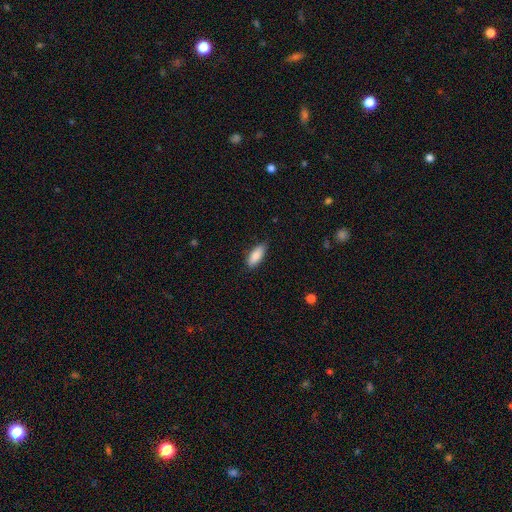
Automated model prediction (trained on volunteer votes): A smooth galaxy with no disk features (88%) that is in between round and cigar-shaped (78%).

Vote fractions:
- Smooth or featured? smooth: 88% / featured or disk: 6% / star or artifact: 6%
- How rounded? in between: 78% / cigar-shaped: 20% / round: 2%
- Merging? none: 82% / minor disturbance: 14% / major disturbance: 2% / merger: 1%